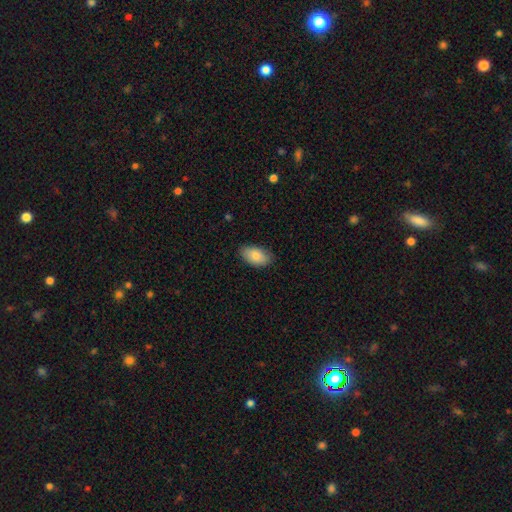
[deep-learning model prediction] The model was most divided on "merging": none: 84%, minor disturbance: 13%, major disturbance: 2%, merger: 1%. More confident: how rounded — in between (94%); smooth or featured — smooth (82%).